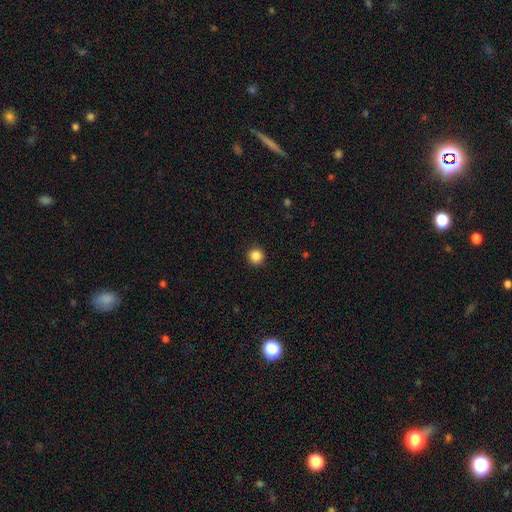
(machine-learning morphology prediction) Smooth or featured?
  - smooth: 86% *
  - star or artifact: 11%
  - featured or disk: 3%
How rounded?
  - round: 95% *
  - in between: 4%
  - cigar-shaped: 1%
Merging?
  - none: 93% *
  - minor disturbance: 5%
  - major disturbance: 2%
  - merger: 1%